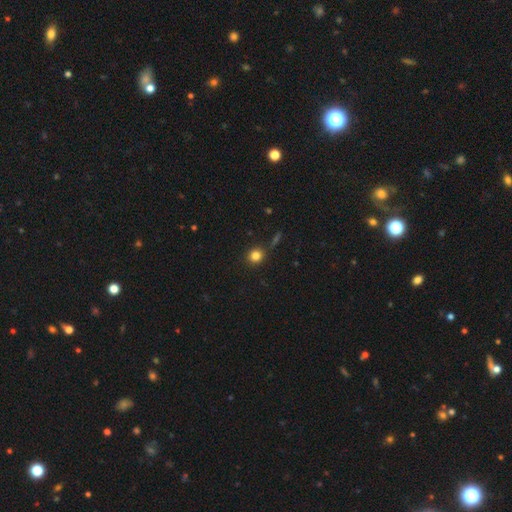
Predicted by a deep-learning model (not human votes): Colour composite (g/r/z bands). It shows a smooth galaxy with no disk features (82%) that is round (89%). Merging: none (87%).